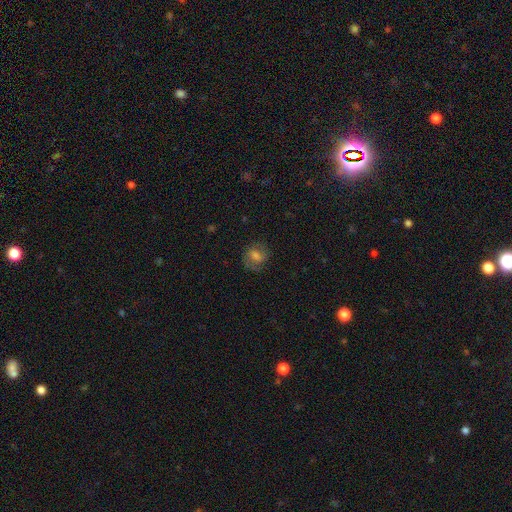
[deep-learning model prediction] Q: Smooth or featured?
A: smooth (52%); runner-up: featured or disk (36%)
Q: How rounded?
A: round (65%); runner-up: in between (34%)
Q: Merging?
A: none (71%); runner-up: minor disturbance (18%)